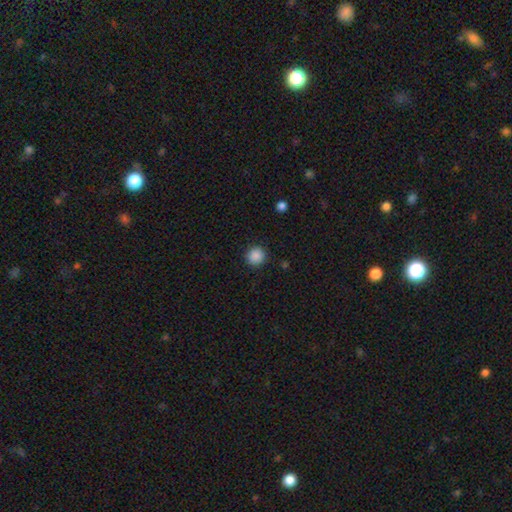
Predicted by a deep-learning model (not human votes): This appears to be a smooth galaxy with no disk features (88%) that is round (92%). Merging: none (90%).